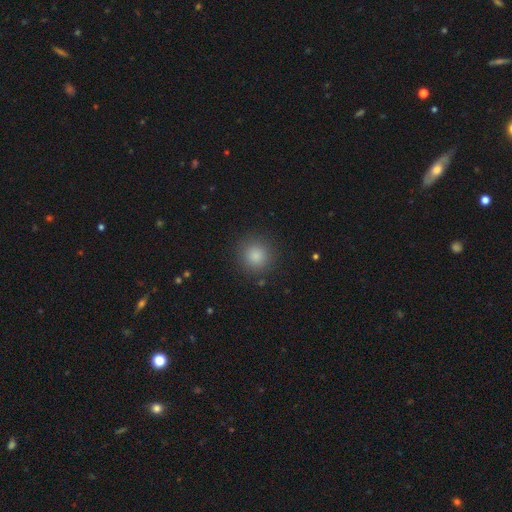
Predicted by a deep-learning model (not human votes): This is clearly a smooth galaxy (85%). How rounded: clearly round (94%). Merging: clearly none (89%).